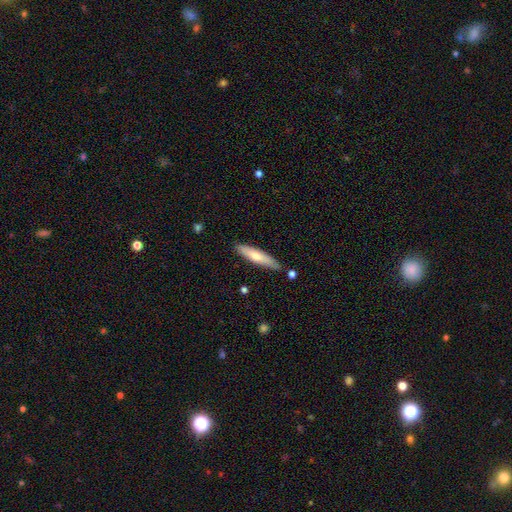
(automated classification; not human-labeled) Morphology: type=smooth (57%); roundness=cigar-shaped (85%); merging=none (85%).